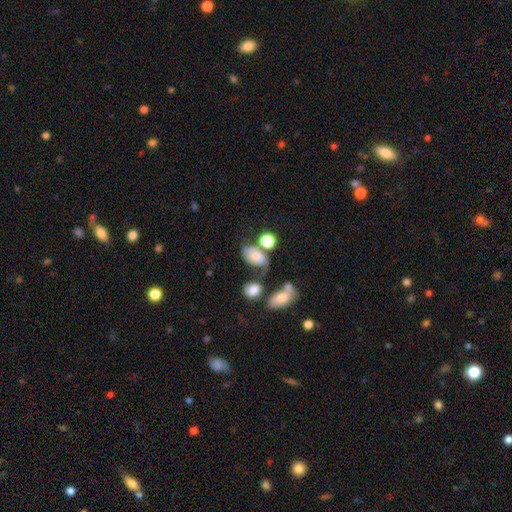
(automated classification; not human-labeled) The model was most divided on "merging": none: 31%, merger: 27%, minor disturbance: 21%, major disturbance: 21%. More confident: how rounded — in between (81%); smooth or featured — smooth (64%).